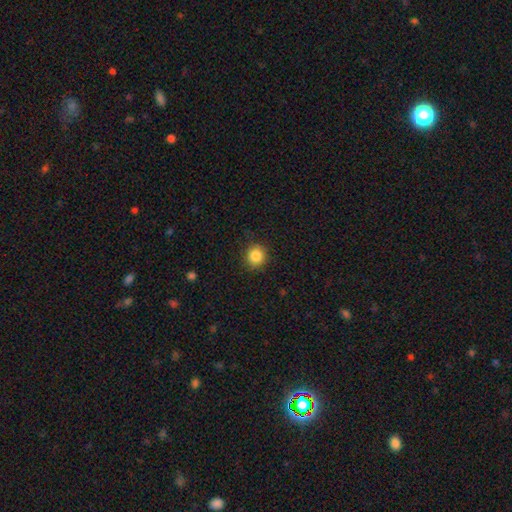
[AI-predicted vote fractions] Smooth or featured? smooth (86%)
How rounded? round (91%)
Merging? none (88%)